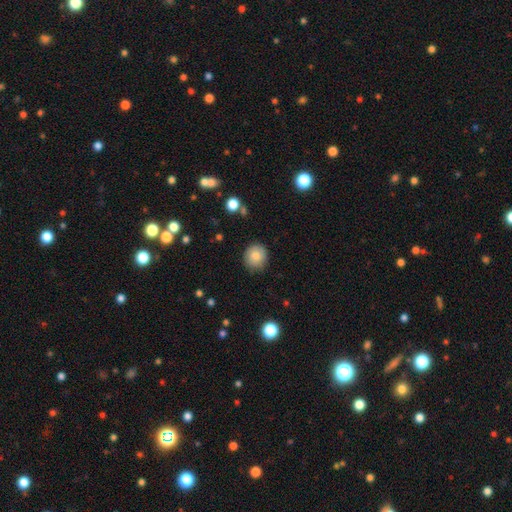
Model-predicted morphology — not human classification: Smooth or featured: smooth — 84% (star or artifact — 8%)
How rounded: round — 85% (in between — 14%)
Merging: none — 86% (minor disturbance — 11%)